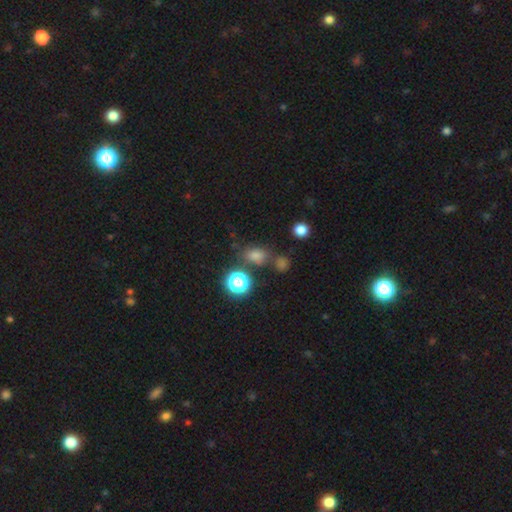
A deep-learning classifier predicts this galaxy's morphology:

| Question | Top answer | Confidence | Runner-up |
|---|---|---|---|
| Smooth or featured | smooth | 68% | star or artifact (24%) |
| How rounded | in between | 49% | tied: round (49%) |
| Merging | none | 68% | merger (15%) |